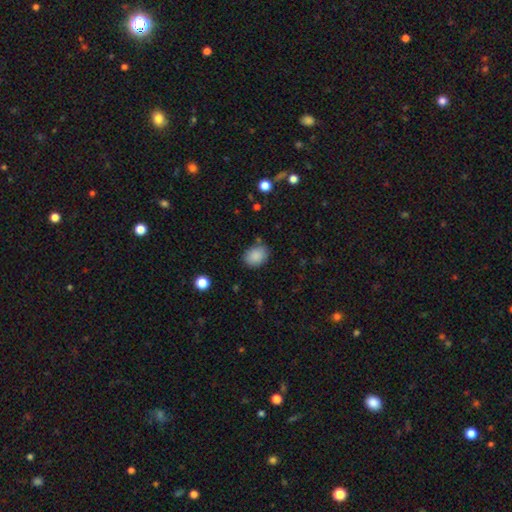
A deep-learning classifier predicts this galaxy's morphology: smooth_or_featured: smooth (p=0.88) [alt: star or artifact p=0.08]
how_rounded: in between (p=0.69) [alt: round p=0.30]
merging: none (p=0.80) [alt: minor disturbance p=0.14]